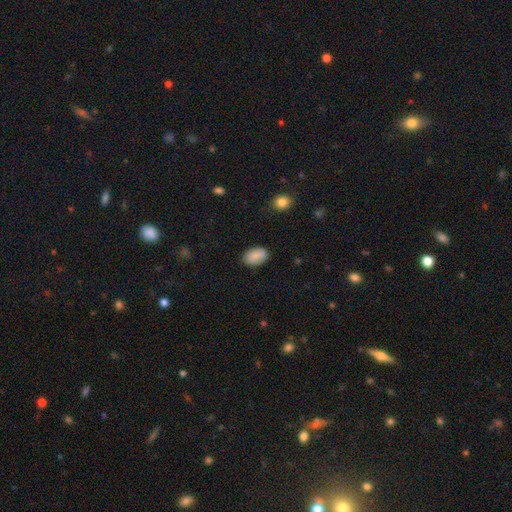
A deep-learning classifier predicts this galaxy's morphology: type=smooth (88%); roundness=in between (90%); merging=none (83%).